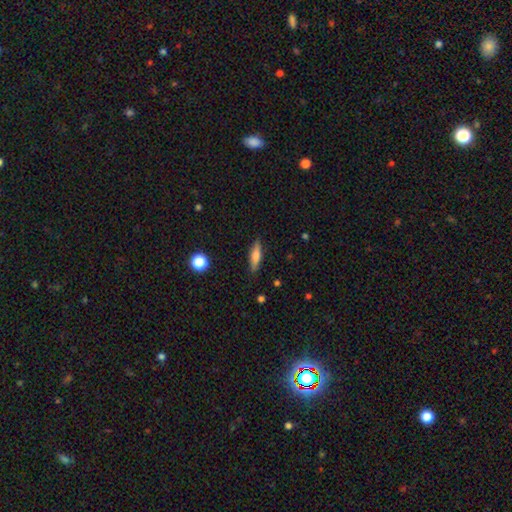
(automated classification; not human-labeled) smooth_or_featured: smooth (p=0.64) [alt: featured or disk p=0.29]
how_rounded: cigar-shaped (p=0.66) [alt: in between p=0.31]
merging: none (p=0.86) [alt: minor disturbance p=0.10]